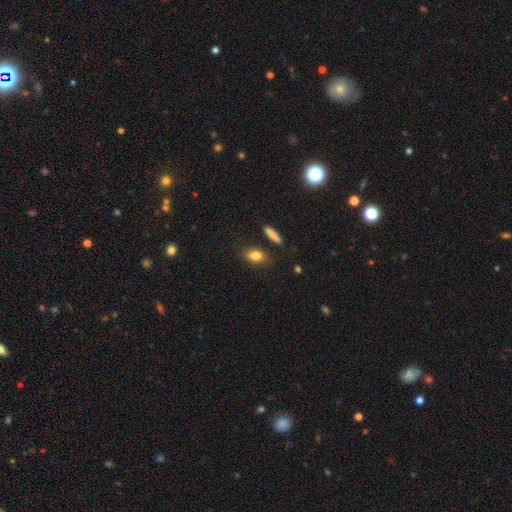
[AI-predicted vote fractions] Overall: smooth (82%). How rounded: in between (77%). Merging: none (81%).